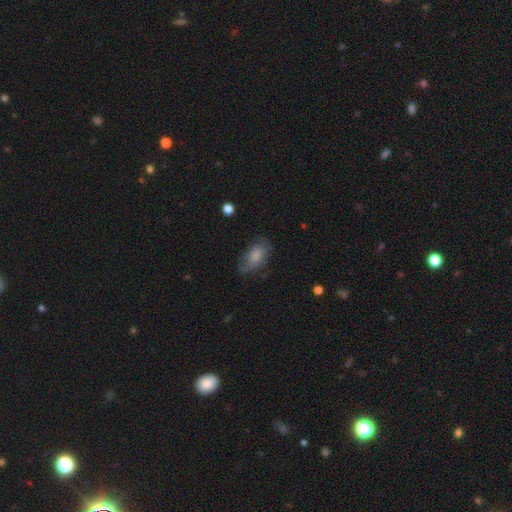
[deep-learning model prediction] This is likely a smooth galaxy (79%). How rounded: clearly in between (91%). Merging: likely none (61%).